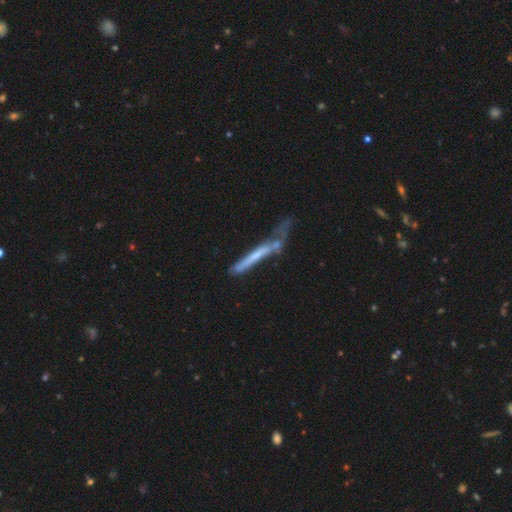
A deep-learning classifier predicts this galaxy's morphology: Smooth or featured: featured or disk — 52% (smooth — 39%)
Edge-on disk: yes — 77% (no — 23%)
Merging: none — 34% (merger — 22%)